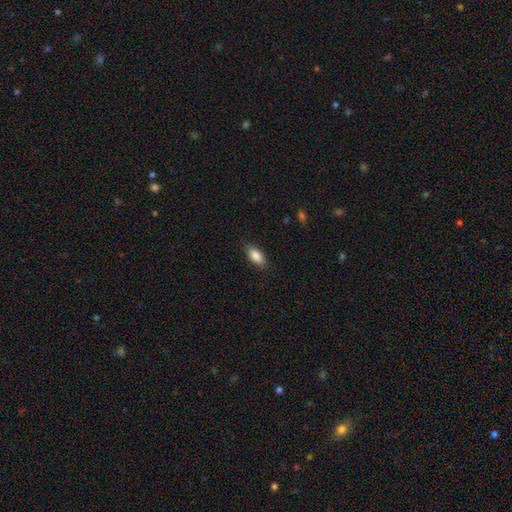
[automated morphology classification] This appears to be a smooth galaxy with no disk features (86%) that is in between round and cigar-shaped (88%). Merging: none (87%).